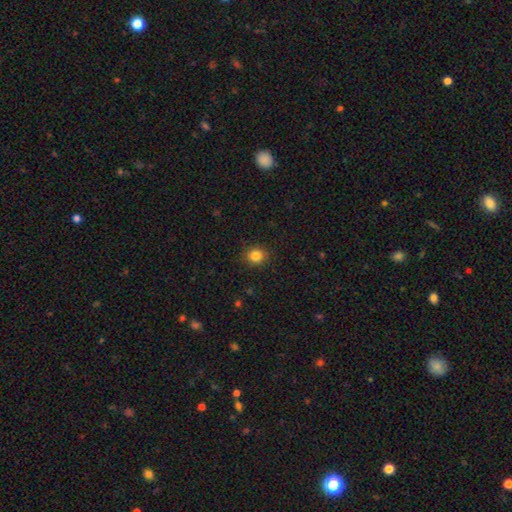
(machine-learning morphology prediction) Smooth or featured: smooth — 84% (star or artifact — 11%)
How rounded: round — 83% (in between — 16%)
Merging: none — 89% (minor disturbance — 8%)